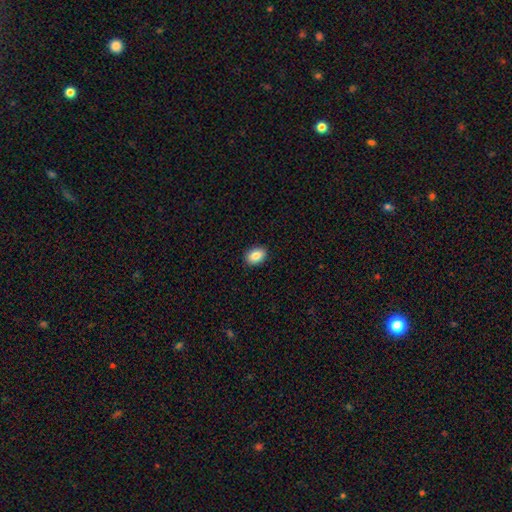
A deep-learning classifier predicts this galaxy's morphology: smooth_or_featured: smooth (p=0.86) [alt: star or artifact p=0.08]
how_rounded: in between (p=0.78) [alt: round p=0.21]
merging: none (p=0.90) [alt: minor disturbance p=0.07]